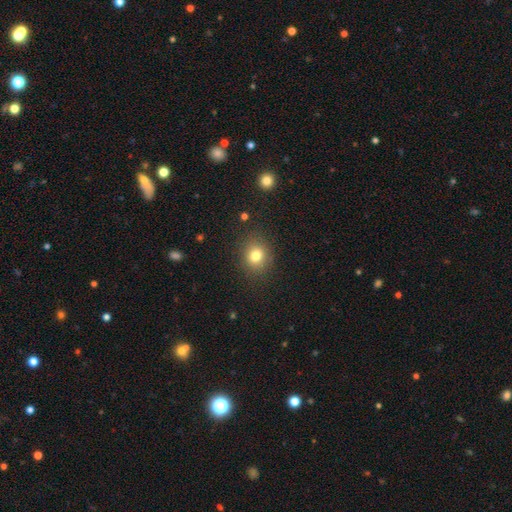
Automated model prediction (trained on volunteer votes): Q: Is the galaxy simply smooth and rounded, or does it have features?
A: smooth — 78%.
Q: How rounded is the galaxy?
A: round — 71%.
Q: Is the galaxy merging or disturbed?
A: none — 86%.